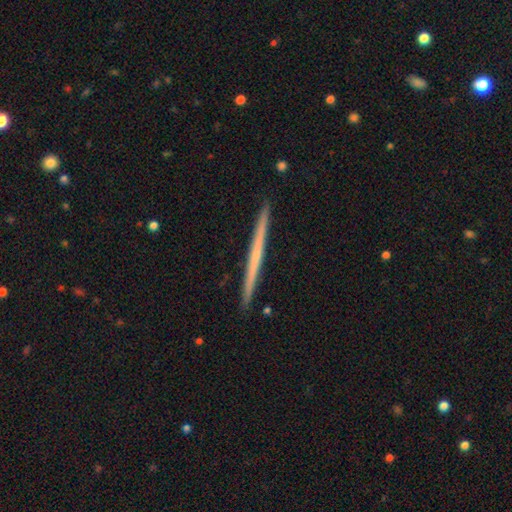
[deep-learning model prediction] Q: Smooth or featured?
A: featured or disk (59%); runner-up: smooth (36%)
Q: Edge-on disk?
A: yes (98%); runner-up: no (2%)
Q: Edge-on bulge?
A: none (85%); runner-up: rounded (12%)
Q: Merging?
A: none (94%); runner-up: minor disturbance (4%)